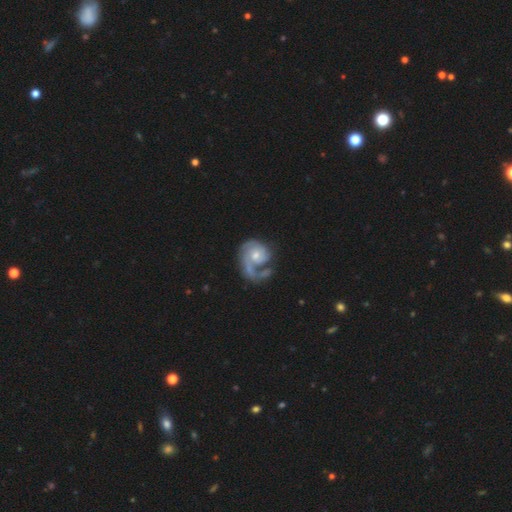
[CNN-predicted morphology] Overall: featured or disk (82%). Edge-on disk: no (98%). Bar: no (74%). Spiral arms: yes (93%). Spiral arm count: 1 (53%; 2 27%). Spiral winding: tight (38%, tied with medium). Bulge size: moderate (51%; small 42%). Merging: none (38%; major disturbance 31%).